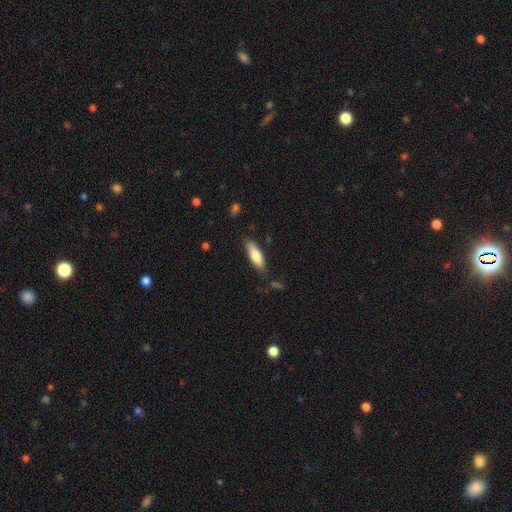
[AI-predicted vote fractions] Q: Smooth or featured?
A: smooth (76%); runner-up: featured or disk (18%)
Q: How rounded?
A: in between (49%); tied with: cigar-shaped (49%)
Q: Merging?
A: none (79%); runner-up: minor disturbance (15%)